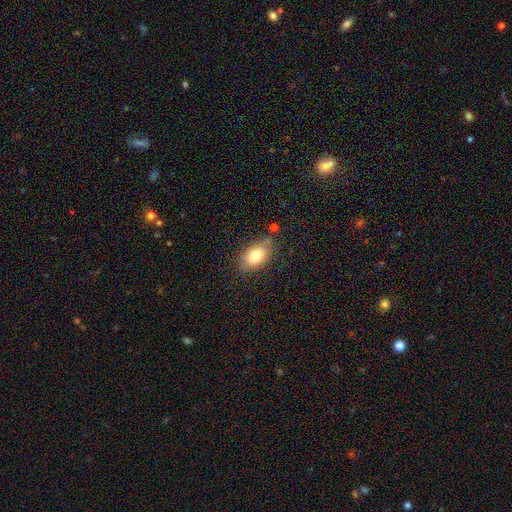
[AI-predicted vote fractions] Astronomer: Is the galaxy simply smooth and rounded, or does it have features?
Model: smooth — 78%.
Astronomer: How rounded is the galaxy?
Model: in between — 88%.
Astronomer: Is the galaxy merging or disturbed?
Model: none — 74%.